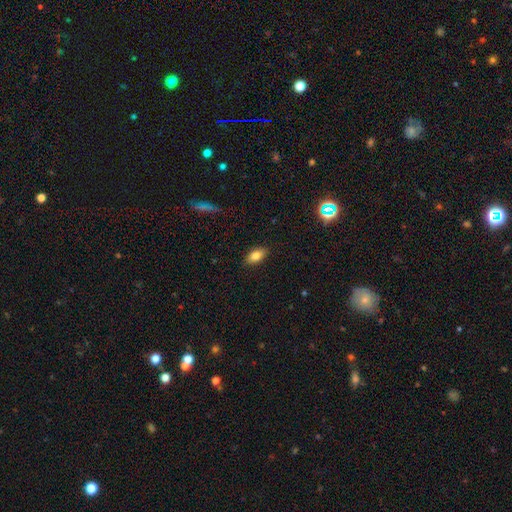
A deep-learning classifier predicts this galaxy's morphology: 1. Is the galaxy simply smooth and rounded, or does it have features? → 80% smooth, 12% featured or disk, 8% star or artifact.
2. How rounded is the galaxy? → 88% in between, 7% cigar-shaped, 5% round.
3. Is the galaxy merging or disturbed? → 88% none, 9% minor disturbance, 2% major disturbance, 1% merger.